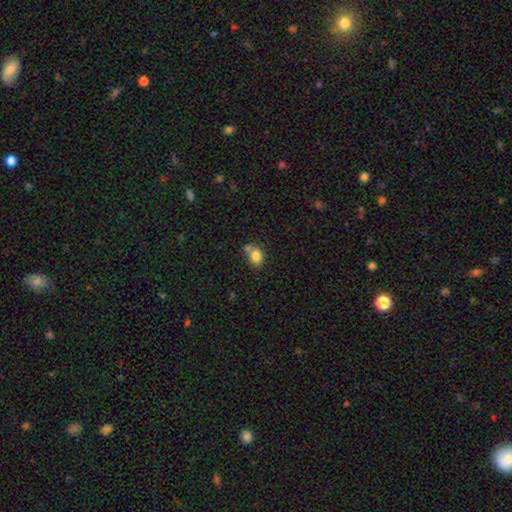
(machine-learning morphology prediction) Q: Smooth or featured?
A: smooth (82%); runner-up: star or artifact (10%)
Q: How rounded?
A: in between (54%); runner-up: round (45%)
Q: Merging?
A: none (47%); runner-up: merger (32%)